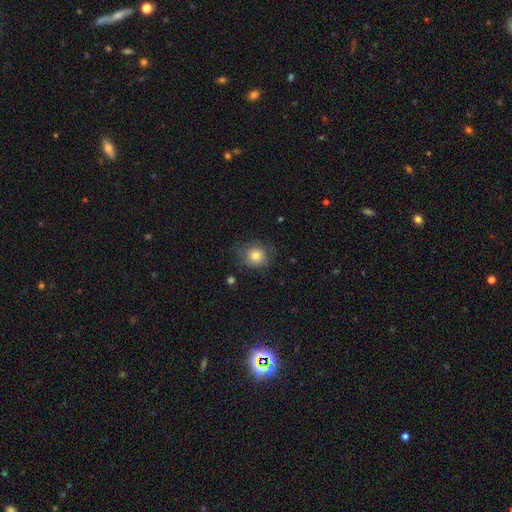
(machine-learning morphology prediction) A smooth galaxy with no disk features (78%) that is round (83%). Merging: none (75%).